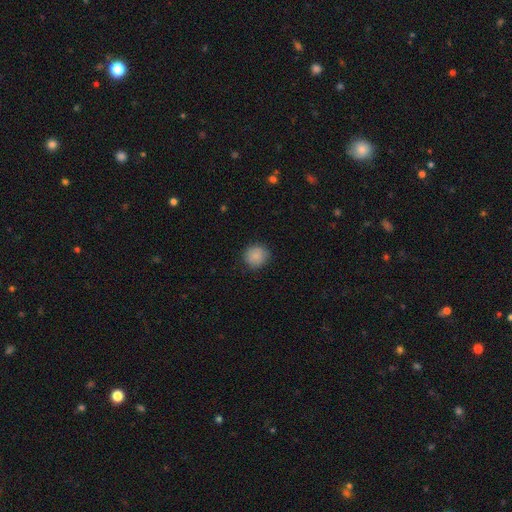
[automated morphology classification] Smooth or featured?
  - smooth: 86% *
  - star or artifact: 9%
  - featured or disk: 5%
How rounded?
  - round: 91% *
  - in between: 8%
  - cigar-shaped: 1%
Merging?
  - none: 86% *
  - minor disturbance: 10%
  - major disturbance: 3%
  - merger: 1%